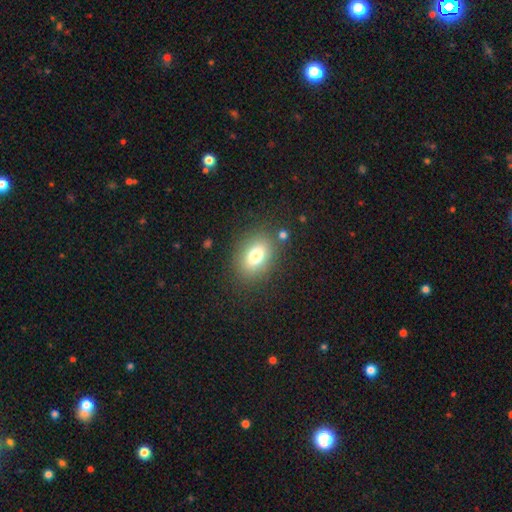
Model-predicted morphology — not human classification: Overall: smooth (77%). How rounded: in between (75%). Merging: none (82%).